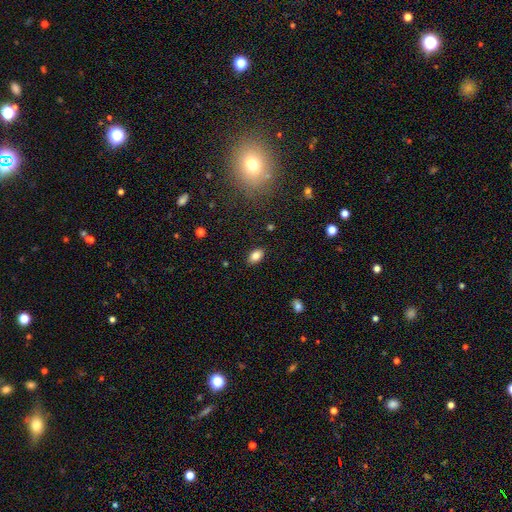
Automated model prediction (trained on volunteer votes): Smooth or featured? Predicted: smooth (p=0.84). How rounded? Predicted: in between (p=0.89). Merging? Predicted: none (p=0.87).